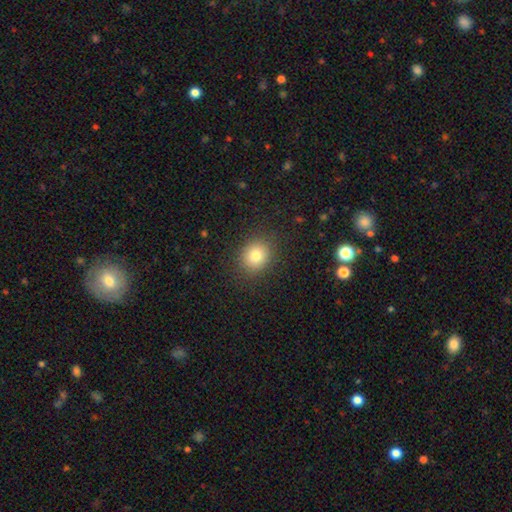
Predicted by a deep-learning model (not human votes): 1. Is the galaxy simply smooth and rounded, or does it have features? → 79% smooth, 12% star or artifact, 9% featured or disk.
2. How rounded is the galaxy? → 74% round, 25% in between, 1% cigar-shaped.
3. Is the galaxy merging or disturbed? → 88% none, 8% minor disturbance, 3% major disturbance, 1% merger.